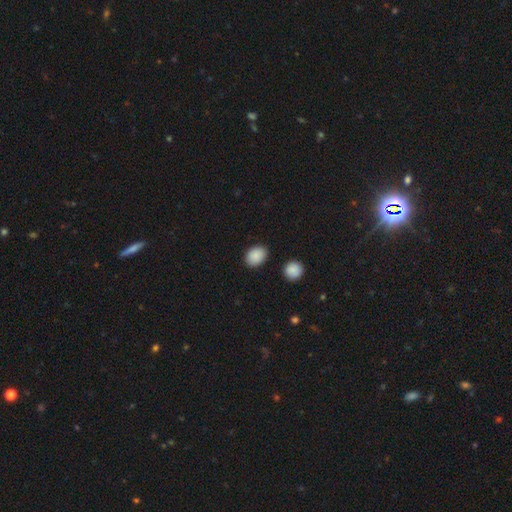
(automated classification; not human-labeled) Smooth or featured? Predicted: smooth (p=0.89). How rounded? Predicted: in between (p=0.72). Merging? Predicted: none (p=0.86).